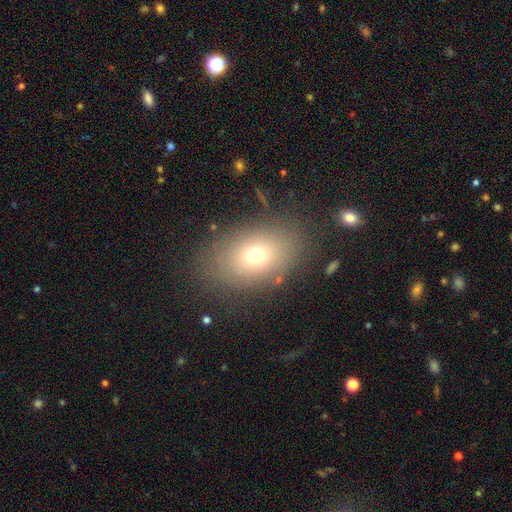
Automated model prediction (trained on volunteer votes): Smooth or featured: smooth — 70% (featured or disk — 16%)
How rounded: in between — 77% (round — 22%)
Merging: none — 81% (minor disturbance — 11%)